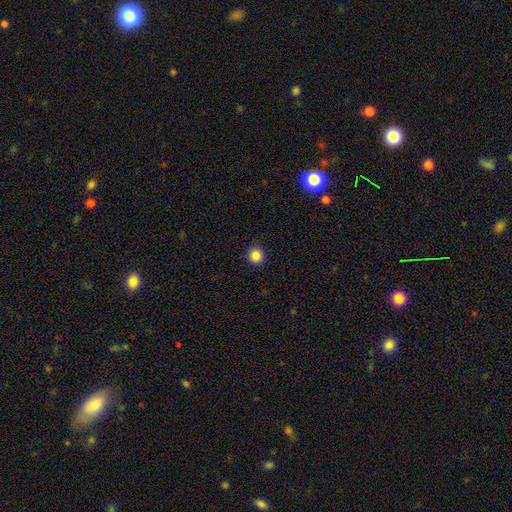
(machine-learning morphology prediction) Smooth or featured?
  - smooth: 86% *
  - star or artifact: 11%
  - featured or disk: 4%
How rounded?
  - round: 93% *
  - in between: 7%
  - cigar-shaped: 1%
Merging?
  - none: 92% *
  - minor disturbance: 5%
  - major disturbance: 2%
  - merger: 1%